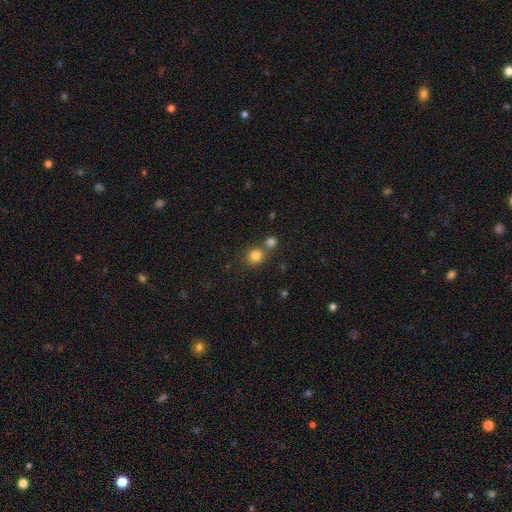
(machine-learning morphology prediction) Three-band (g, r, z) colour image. It shows a smooth galaxy with no disk features (82%) that is round (89%). Merging: none (65%).